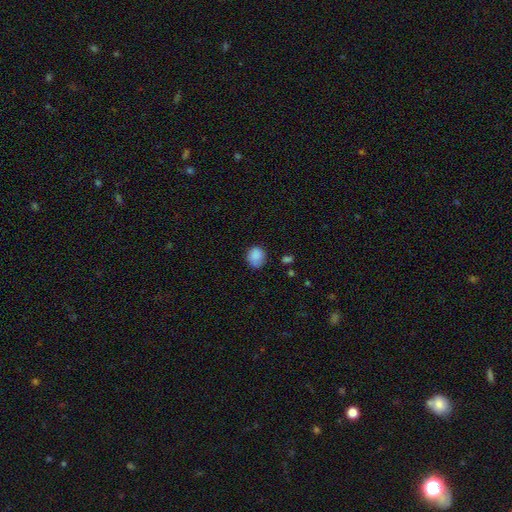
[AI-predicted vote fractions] Smooth or featured?
  - smooth: 87% *
  - star or artifact: 9%
  - featured or disk: 5%
How rounded?
  - round: 73% *
  - in between: 26%
  - cigar-shaped: 1%
Merging?
  - none: 72% *
  - minor disturbance: 21%
  - major disturbance: 5%
  - merger: 2%